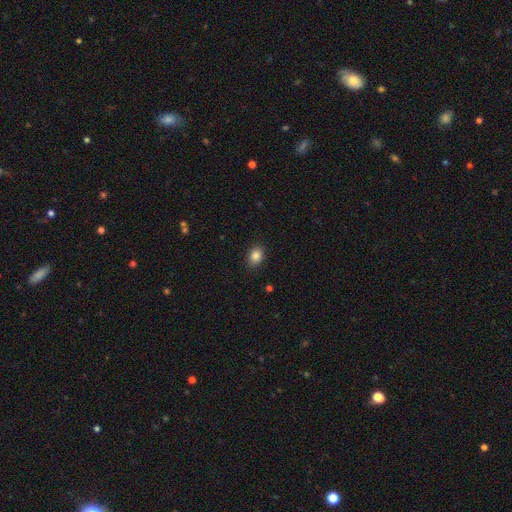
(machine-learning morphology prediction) smooth 84%, star or artifact 10%, featured or disk 6%. Down the decision tree: how rounded — in between (62%); merging — none (88%).